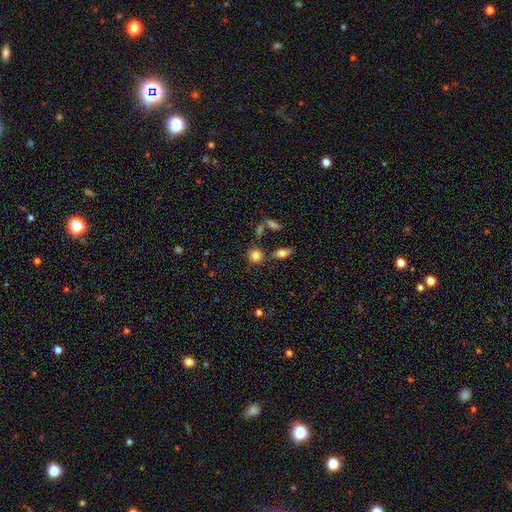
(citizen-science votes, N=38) smooth_or_featured: smooth (p=0.92) [alt: featured or disk p=0.05]
how_rounded: round (p=0.86) [alt: in between p=0.11]
merging: none (p=0.68) [alt: merger p=0.22]